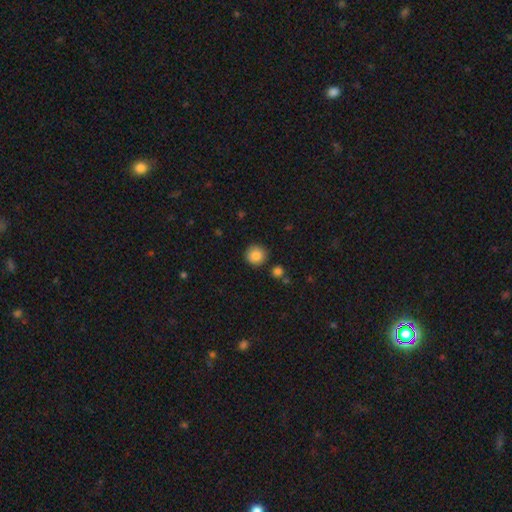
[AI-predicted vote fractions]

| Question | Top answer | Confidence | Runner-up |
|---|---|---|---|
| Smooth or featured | smooth | 87% | star or artifact (9%) |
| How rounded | round | 94% | in between (5%) |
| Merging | none | 88% | minor disturbance (7%) |